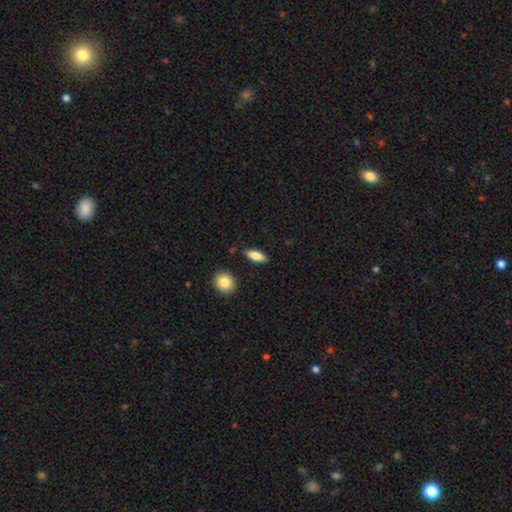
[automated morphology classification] smooth_or_featured: smooth (p=0.84) [alt: featured or disk p=0.10]
how_rounded: in between (p=0.79) [alt: cigar-shaped p=0.18]
merging: none (p=0.86) [alt: minor disturbance p=0.09]